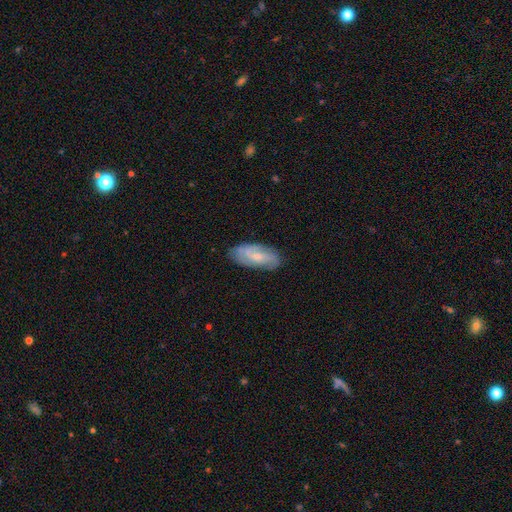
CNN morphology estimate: Q: Smooth or featured?
A: featured or disk (59%); runner-up: smooth (34%)
Q: Edge-on disk?
A: no (91%); runner-up: yes (9%)
Q: Bar?
A: no (50%); runner-up: weak (42%)
Q: Spiral arms?
A: yes (86%); runner-up: no (14%)
Q: Bulge size?
A: small (58%); runner-up: moderate (33%)
Q: Merging?
A: none (77%); runner-up: minor disturbance (18%)